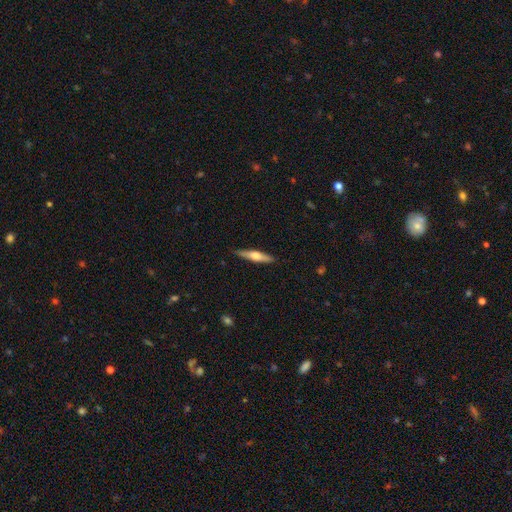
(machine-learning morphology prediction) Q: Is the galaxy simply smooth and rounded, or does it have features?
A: featured or disk — 49%.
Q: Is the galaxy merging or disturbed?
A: none — 86%.